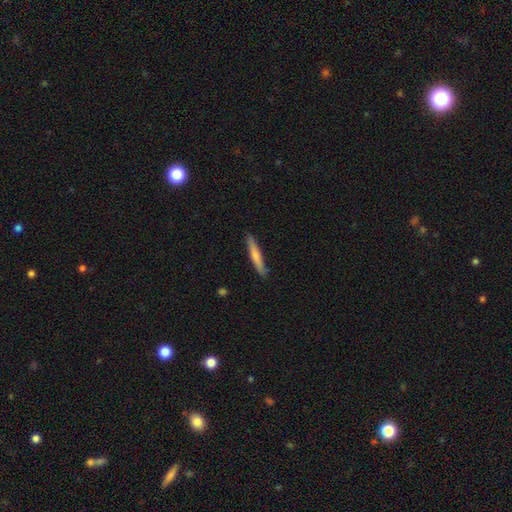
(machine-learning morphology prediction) type=smooth (69%); roundness=cigar-shaped (94%); merging=none (87%).